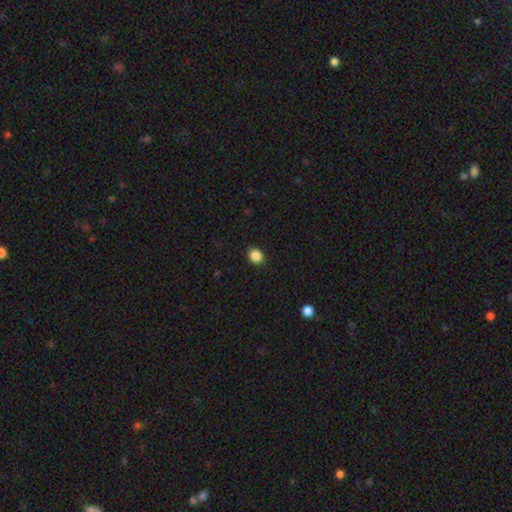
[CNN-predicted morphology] smooth_or_featured: smooth (p=0.87) [alt: star or artifact p=0.10]
how_rounded: round (p=0.66) [alt: in between p=0.33]
merging: none (p=0.89) [alt: minor disturbance p=0.08]